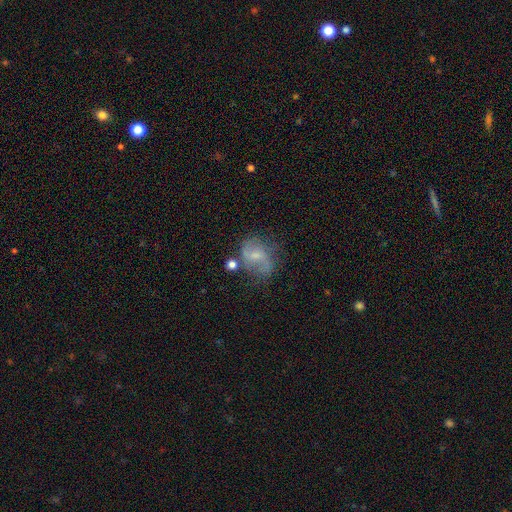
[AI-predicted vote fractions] smooth_or_featured: featured or disk (p=0.64) [alt: smooth p=0.26]
disk_edge_on: no (p=0.97) [alt: yes p=0.03]
bar: weak (p=0.49) [alt: no p=0.36]
has_spiral_arms: yes (p=0.82) [alt: no p=0.18]
spiral_winding: loose (p=0.56) [alt: medium p=0.34]
spiral_arm_count: 2 (p=0.82) [alt: can't tell p=0.10]
bulge_size: small (p=0.57) [alt: moderate p=0.28]
merging: none (p=0.52) [alt: minor disturbance p=0.24]